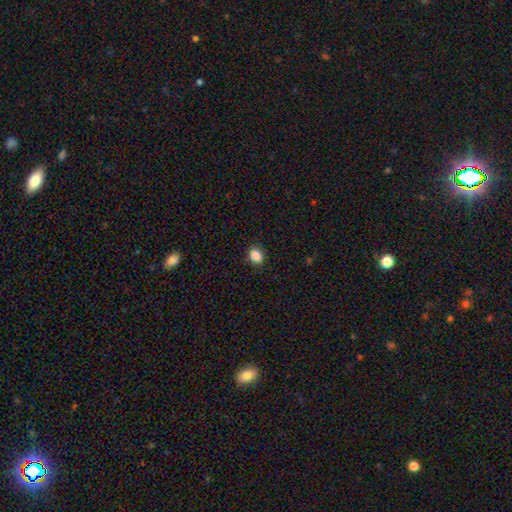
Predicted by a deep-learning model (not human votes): Morphology: type=smooth (87%); roundness=in between (51%); merging=none (87%).